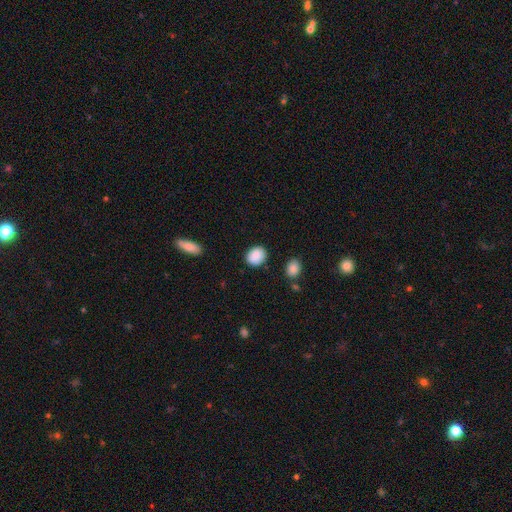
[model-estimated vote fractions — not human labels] smooth_or_featured: smooth (p=0.89) [alt: star or artifact p=0.08]
how_rounded: round (p=0.58) [alt: in between p=0.41]
merging: none (p=0.84) [alt: minor disturbance p=0.11]